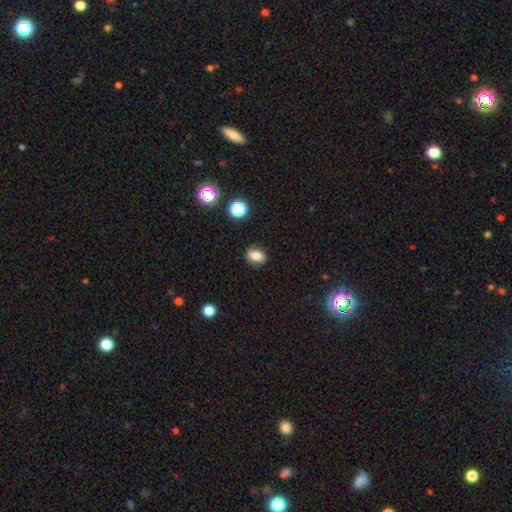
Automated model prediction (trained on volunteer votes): Smooth or featured? Predicted: smooth (p=0.79). How rounded? Predicted: in between (p=0.70). Merging? Predicted: none (p=0.85).